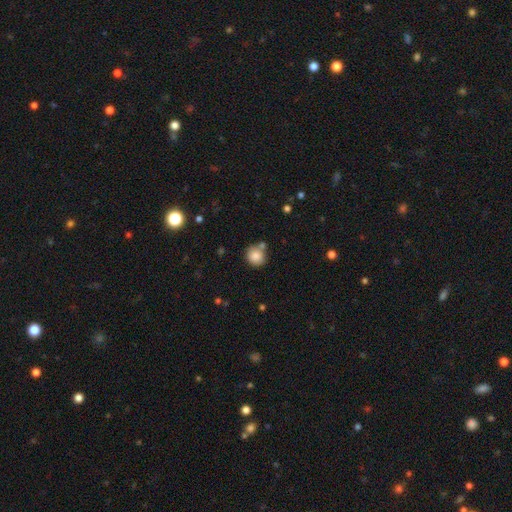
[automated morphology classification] A smooth galaxy with no disk features (84%) that is round (89%).

Vote fractions:
- Smooth or featured? smooth: 84% / star or artifact: 9% / featured or disk: 6%
- How rounded? round: 89% / in between: 10% / cigar-shaped: 1%
- Merging? none: 68% / merger: 15% / minor disturbance: 13% / major disturbance: 3%